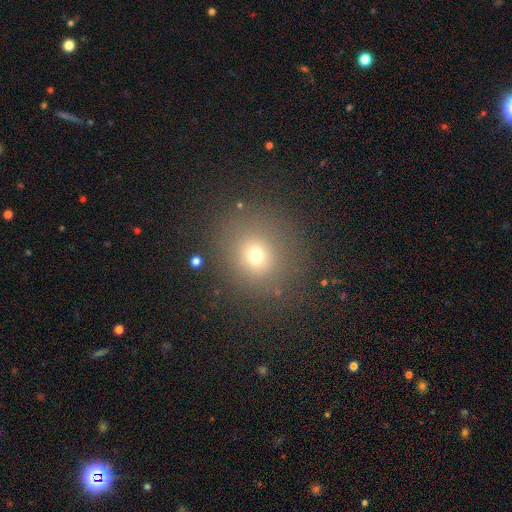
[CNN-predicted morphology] A smooth galaxy with no disk features (68%) that is round (84%).

Vote fractions:
- Smooth or featured? smooth: 68% / star or artifact: 21% / featured or disk: 11%
- How rounded? round: 84% / in between: 15% / cigar-shaped: 1%
- Merging? none: 83% / minor disturbance: 9% / major disturbance: 5% / merger: 2%